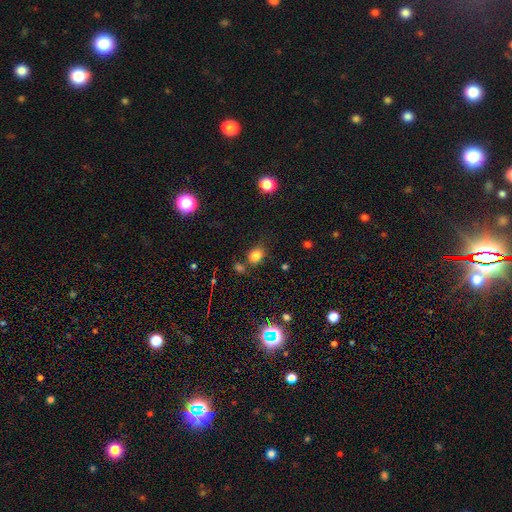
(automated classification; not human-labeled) Smooth or featured?
  - smooth: 79% *
  - star or artifact: 15%
  - featured or disk: 6%
How rounded?
  - in between: 53% *
  - round: 45%
  - cigar-shaped: 1%
Merging?
  - none: 68% *
  - minor disturbance: 15%
  - merger: 12%
  - major disturbance: 5%